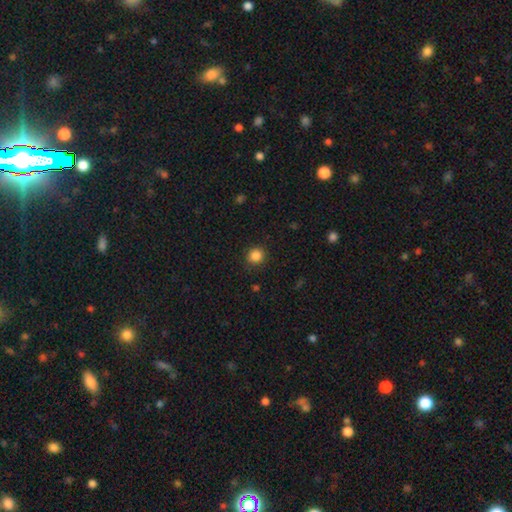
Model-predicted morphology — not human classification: Smooth or featured: smooth — 85% (star or artifact — 11%)
How rounded: round — 92% (in between — 7%)
Merging: none — 89% (minor disturbance — 7%)